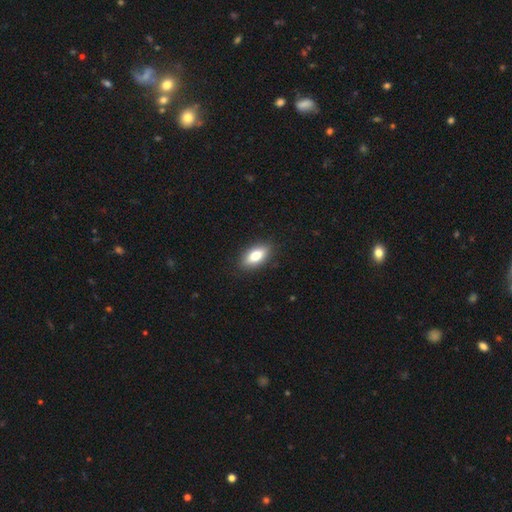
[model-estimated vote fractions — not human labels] The model was most divided on "smooth or featured": smooth: 75%, featured or disk: 18%, star or artifact: 7%. More confident: merging — none (87%); how rounded — in between (84%).